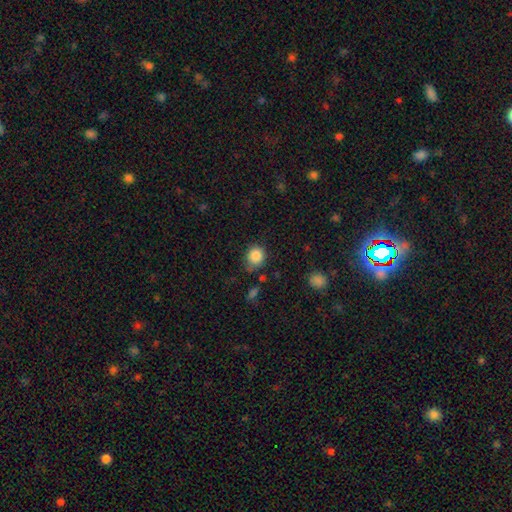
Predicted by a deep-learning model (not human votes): Smooth or featured?
  - smooth: 86% *
  - star or artifact: 10%
  - featured or disk: 4%
How rounded?
  - round: 80% *
  - in between: 19%
  - cigar-shaped: 1%
Merging?
  - none: 69% *
  - minor disturbance: 22%
  - major disturbance: 6%
  - merger: 4%